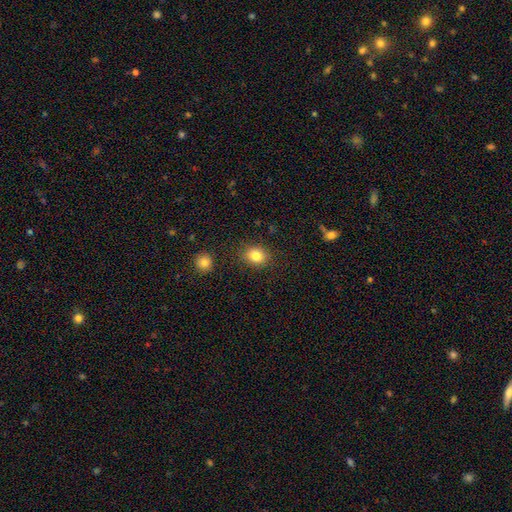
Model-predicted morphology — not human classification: This is clearly a smooth galaxy (84%). How rounded: possibly round (60%). Merging: clearly none (86%).